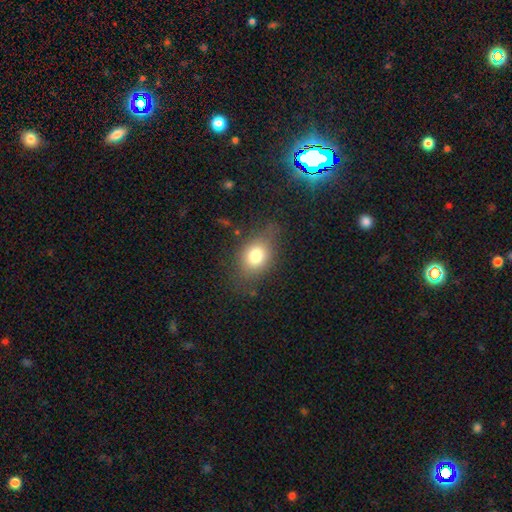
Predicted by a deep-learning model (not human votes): smooth-or-featured: smooth: 75% | featured or disk: 13% | star or artifact: 11%
  how-rounded: in between: 59% | round: 39% | cigar-shaped: 2%
  merging: none: 69% | minor disturbance: 21% | major disturbance: 9% | merger: 2%